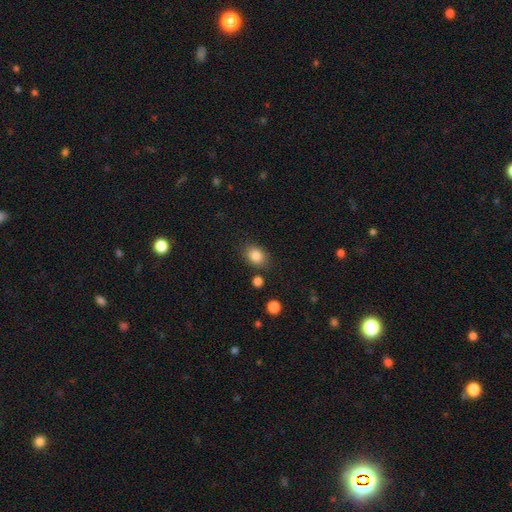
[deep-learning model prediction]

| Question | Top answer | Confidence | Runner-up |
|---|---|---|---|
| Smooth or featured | smooth | 85% | star or artifact (9%) |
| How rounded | in between | 60% | round (39%) |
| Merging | none | 80% | minor disturbance (12%) |